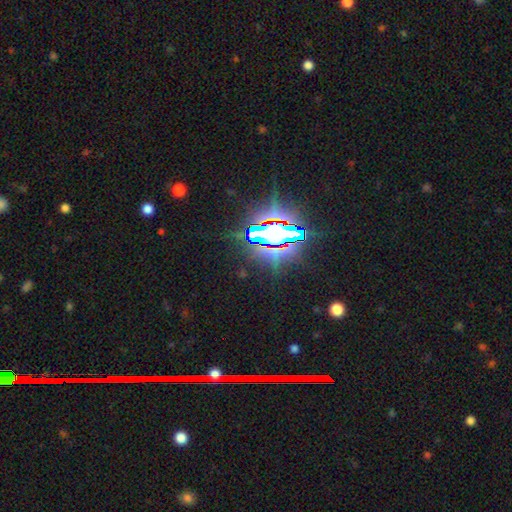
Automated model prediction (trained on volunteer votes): Morphology: type=star or artifact (82%).